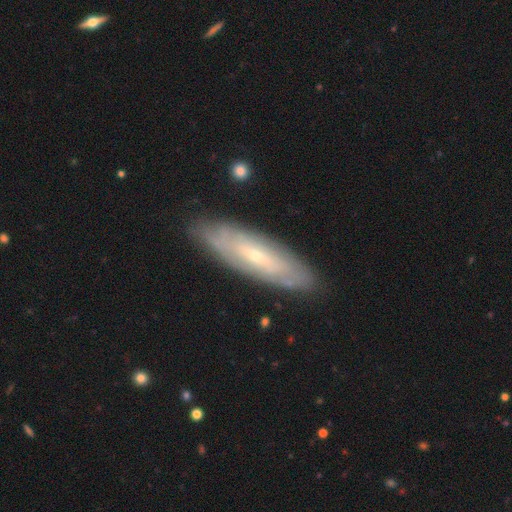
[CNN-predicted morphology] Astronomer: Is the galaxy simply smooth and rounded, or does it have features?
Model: featured or disk — 65%.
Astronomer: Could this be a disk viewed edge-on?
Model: no — 70%.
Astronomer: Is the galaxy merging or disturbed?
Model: none — 86%.